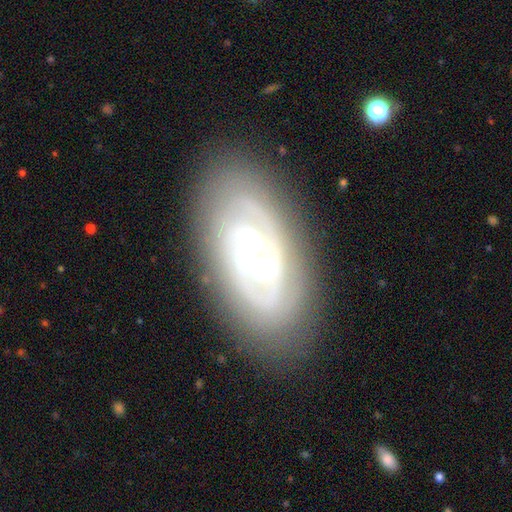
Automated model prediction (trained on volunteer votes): smooth-or-featured: featured or disk: 84% | smooth: 10% | star or artifact: 6%
  disk-edge-on: no: 95% | yes: 5%
    bar: strong: 44% | weak: 38% | no: 18%
    has-spiral-arms: yes: 93% | no: 7%
      spiral-winding: tight: 61% | medium: 31% | loose: 8%
      spiral-arm-count: 2: 59% | can't tell: 19% | 3: 11% | 1: 4% | 4: 3% | more than 4: 3%
    bulge-size: moderate: 42% | large: 30% | small: 18% | none: 6% | dominant: 4%
  merging: none: 81% | minor disturbance: 13% | major disturbance: 5% | merger: 1%